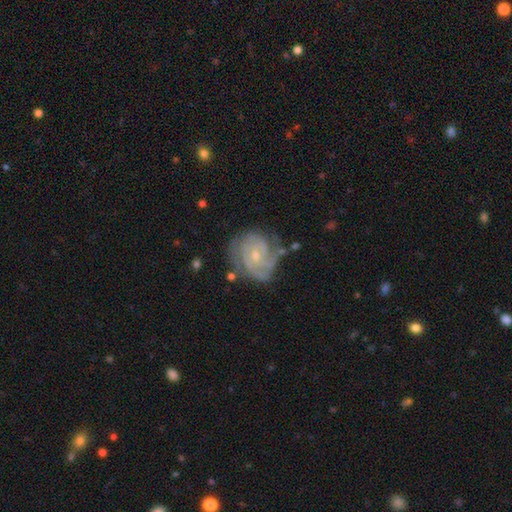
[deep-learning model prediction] Morphology: type=featured or disk (84%); edge-on=no (98%); bar=no (59%); spiral arms=yes (95%); winding=tight (69%); arm count=2 (31%); bulge=small (67%); merging=none (64%).